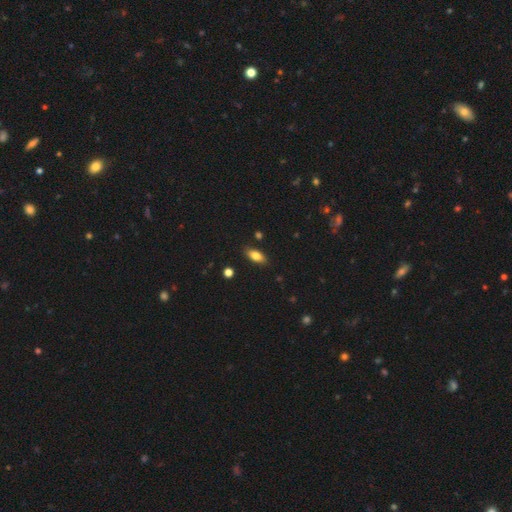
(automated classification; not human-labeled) smooth 79%, featured or disk 13%, star or artifact 8%. Down the decision tree: how rounded — in between (84%); merging — none (86%).